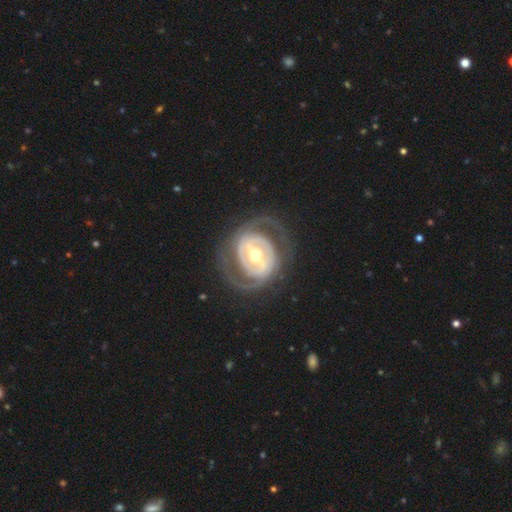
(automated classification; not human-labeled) Smooth or featured: featured or disk — 87% (smooth — 9%)
Edge-on disk: no — 96% (yes — 4%)
Bar: strong — 46% (weak — 34%)
Spiral arms: yes — 85% (no — 15%)
Spiral winding: tight — 51% (medium — 34%)
Spiral arm count: 2 — 72% (can't tell — 12%)
Bulge size: moderate — 71% (small — 18%)
Merging: none — 74% (minor disturbance — 13%)